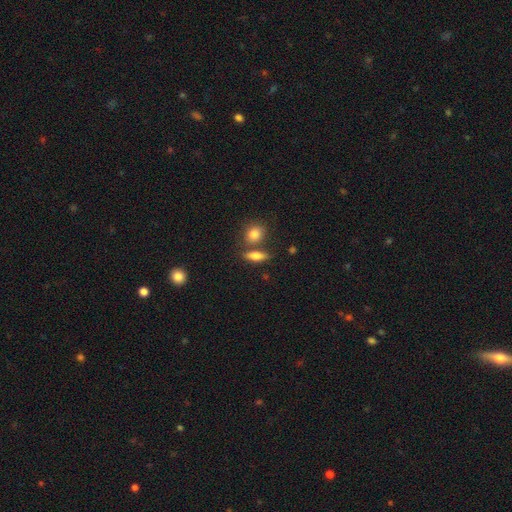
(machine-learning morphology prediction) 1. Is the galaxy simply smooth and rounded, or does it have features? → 73% smooth, 18% featured or disk, 9% star or artifact.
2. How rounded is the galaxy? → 54% in between, 36% cigar-shaped, 10% round.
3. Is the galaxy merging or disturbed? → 66% none, 18% merger, 12% minor disturbance, 4% major disturbance.